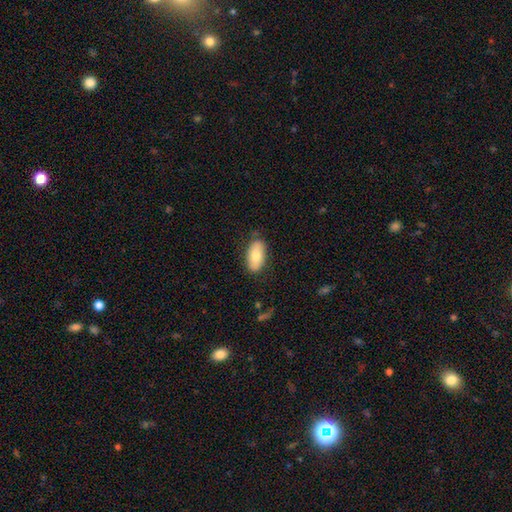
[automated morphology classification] Smooth or featured: smooth — 77% (featured or disk — 17%)
How rounded: in between — 93% (cigar-shaped — 4%)
Merging: none — 81% (minor disturbance — 15%)